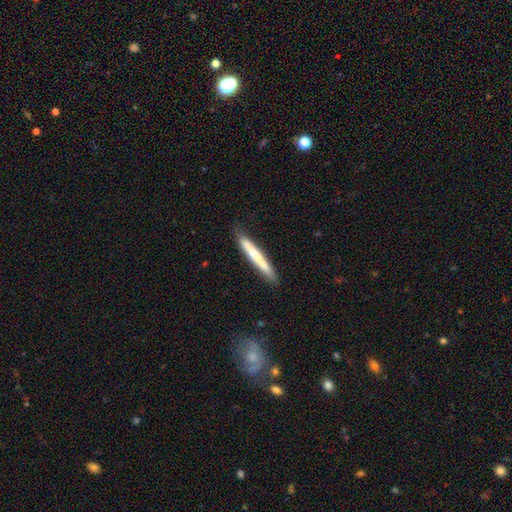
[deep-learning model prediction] This is possibly a smooth galaxy (58%). How rounded: clearly cigar-shaped (96%). Merging: clearly none (82%).